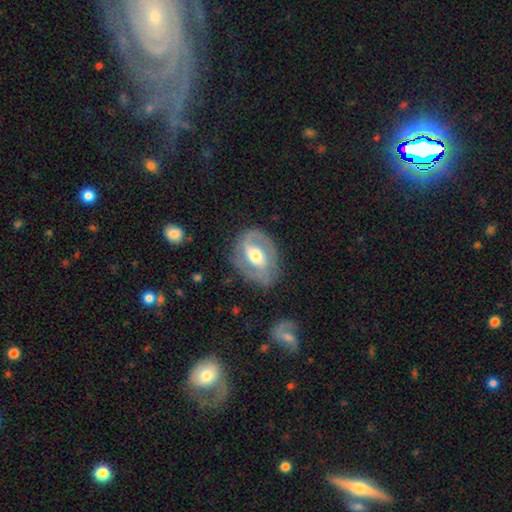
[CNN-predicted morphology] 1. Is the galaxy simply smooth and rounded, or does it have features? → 77% featured or disk, 18% smooth, 6% star or artifact.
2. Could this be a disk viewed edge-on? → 96% no, 4% yes.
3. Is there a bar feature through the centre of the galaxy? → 43% weak, 33% no, 24% strong.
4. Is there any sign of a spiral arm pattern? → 83% yes, 17% no.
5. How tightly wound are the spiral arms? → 46% medium, 33% tight, 21% loose.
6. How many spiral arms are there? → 73% 2, 14% 1, 9% can't tell, 2% 3, 1% 4, 1% more than 4.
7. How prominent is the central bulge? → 68% moderate, 16% large, 14% small, 1% dominant, 1% none.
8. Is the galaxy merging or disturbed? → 72% none, 18% minor disturbance, 9% major disturbance, 2% merger.